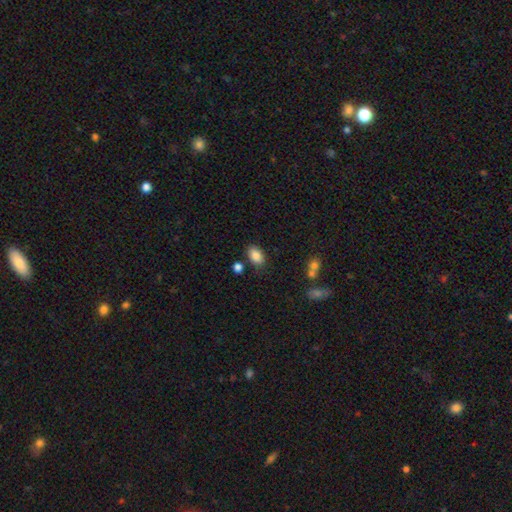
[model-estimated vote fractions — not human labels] This appears to be a smooth galaxy with no disk features (85%) that is in between round and cigar-shaped (87%). Merging: none (78%).